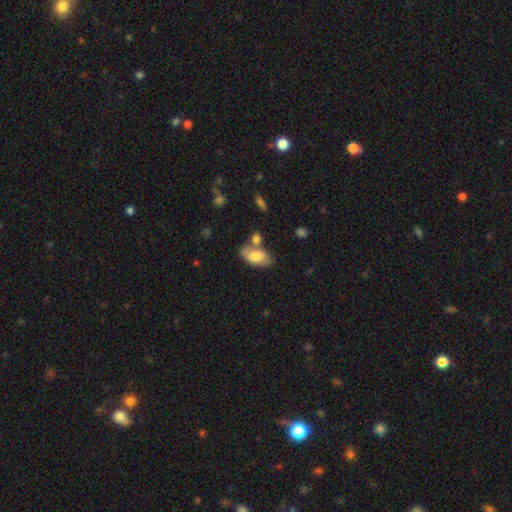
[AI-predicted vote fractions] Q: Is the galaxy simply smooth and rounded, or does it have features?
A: smooth — 74%.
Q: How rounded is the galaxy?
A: in between — 93%.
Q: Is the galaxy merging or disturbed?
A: none — 59%.